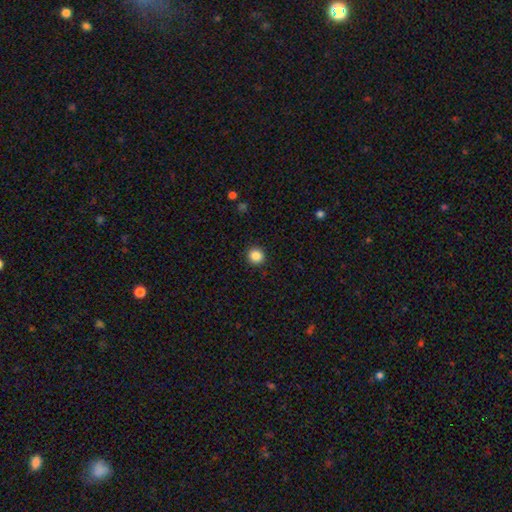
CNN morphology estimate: This appears to be a smooth galaxy with no disk features (86%) that is round (93%). Merging: none (92%).